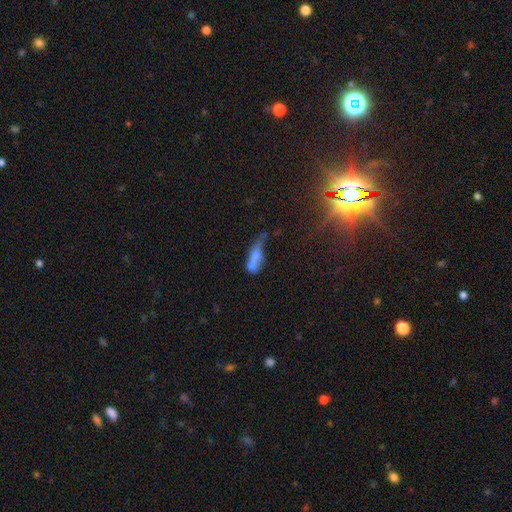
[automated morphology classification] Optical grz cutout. It shows a smooth galaxy with no disk features (56%) that is in between round and cigar-shaped (48%). Merging: merger (36%).